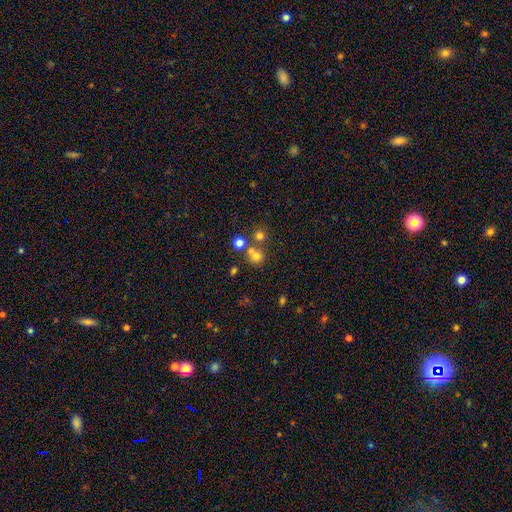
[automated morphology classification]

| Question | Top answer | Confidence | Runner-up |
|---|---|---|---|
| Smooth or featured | smooth | 68% | star or artifact (19%) |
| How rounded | round | 84% | in between (15%) |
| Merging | none | 55% | merger (33%) |